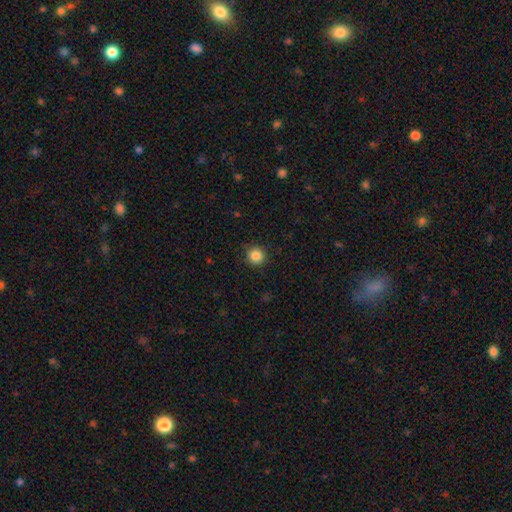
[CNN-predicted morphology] A smooth galaxy with no disk features (85%) that is round (94%). Merging: none (90%).